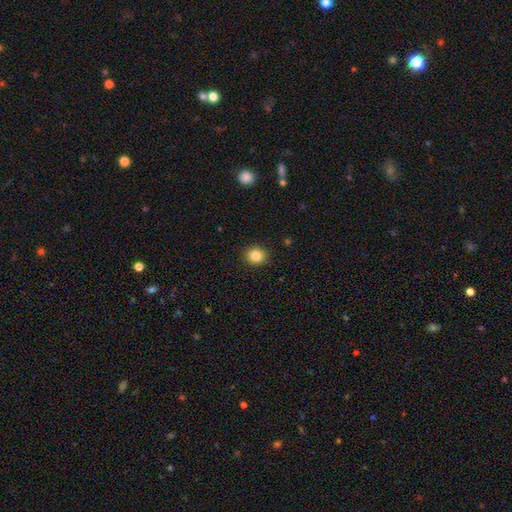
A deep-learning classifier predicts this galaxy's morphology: The model was most divided on "how rounded": round: 80%, in between: 19%, cigar-shaped: 1%. More confident: merging — none (91%); smooth or featured — smooth (83%).